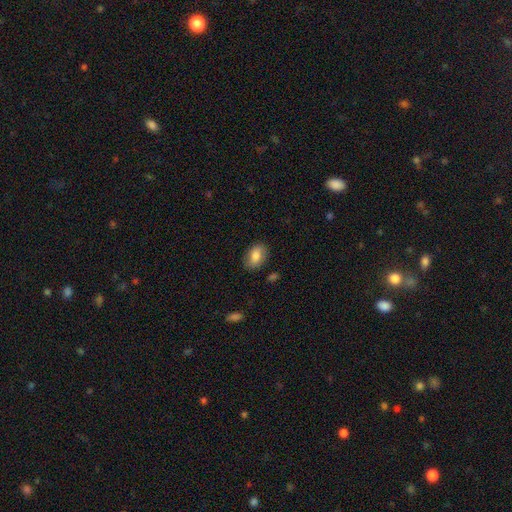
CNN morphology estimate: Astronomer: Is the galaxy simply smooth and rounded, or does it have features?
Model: smooth — 82%.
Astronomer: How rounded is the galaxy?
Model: in between — 87%.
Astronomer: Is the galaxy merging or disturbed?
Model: none — 84%.